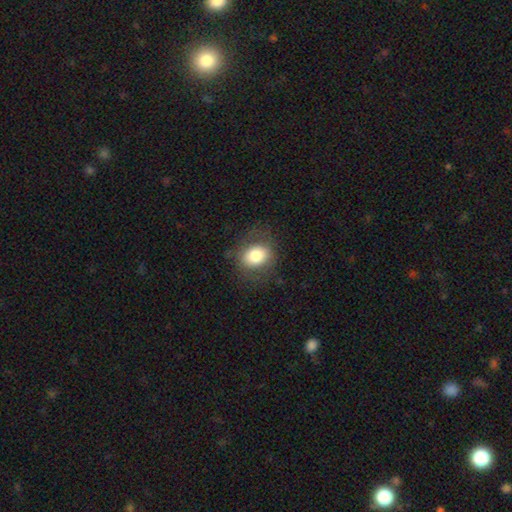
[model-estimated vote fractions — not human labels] Smooth or featured?
  - smooth: 77% *
  - featured or disk: 14%
  - star or artifact: 9%
How rounded?
  - round: 53% *
  - in between: 45%
  - cigar-shaped: 1%
Merging?
  - none: 77% *
  - minor disturbance: 15%
  - major disturbance: 8%
  - merger: 1%